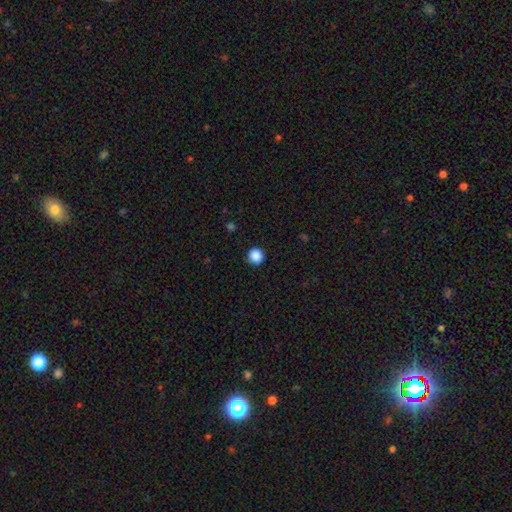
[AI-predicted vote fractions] The model was most divided on "smooth or featured": smooth: 88%, star or artifact: 9%, featured or disk: 2%. More confident: how rounded — round (94%); merging — none (91%).